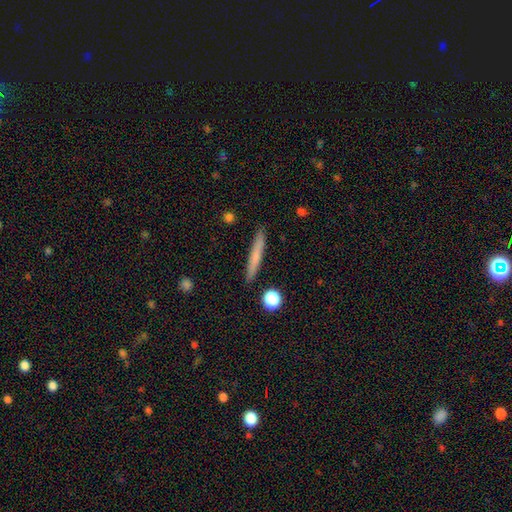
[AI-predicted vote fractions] The model was most divided on "smooth or featured": smooth: 67%, featured or disk: 25%, star or artifact: 7%. More confident: how rounded — cigar-shaped (95%); merging — none (90%).